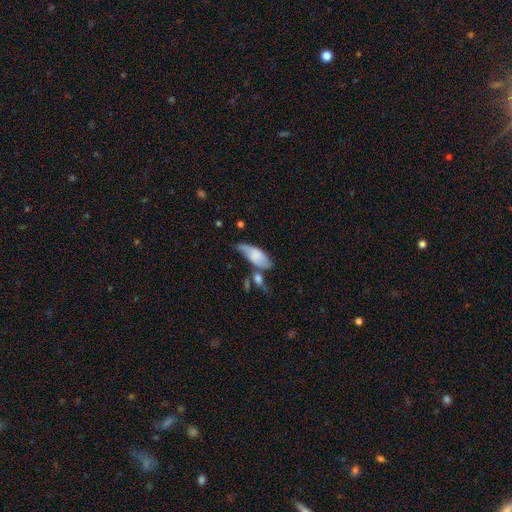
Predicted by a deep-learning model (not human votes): A smooth galaxy with no disk features (61%) that is in between round and cigar-shaped (82%). Merging: none (32%).